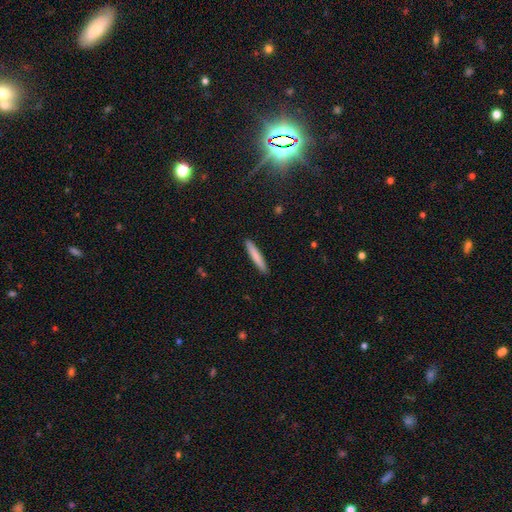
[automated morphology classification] Q: Smooth or featured?
A: smooth (81%); runner-up: featured or disk (13%)
Q: How rounded?
A: cigar-shaped (93%); runner-up: in between (6%)
Q: Merging?
A: none (91%); runner-up: minor disturbance (6%)